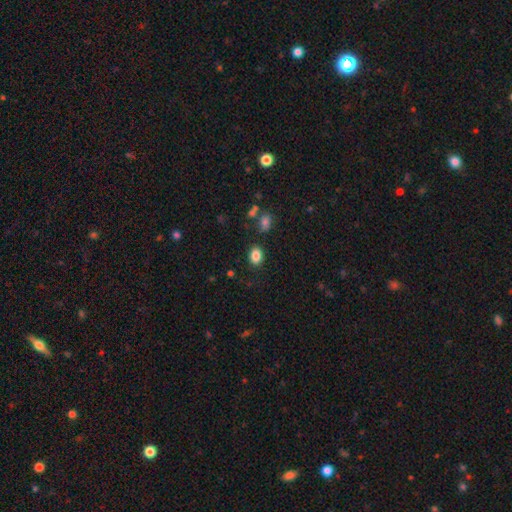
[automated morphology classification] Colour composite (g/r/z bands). It shows a smooth galaxy with no disk features (86%) that is in between round and cigar-shaped (71%). Merging: none (84%).